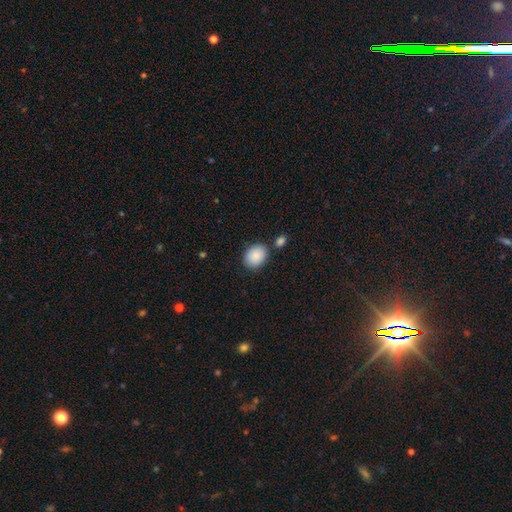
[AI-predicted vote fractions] Smooth or featured? smooth (89%)
How rounded? in between (69%)
Merging? none (76%)